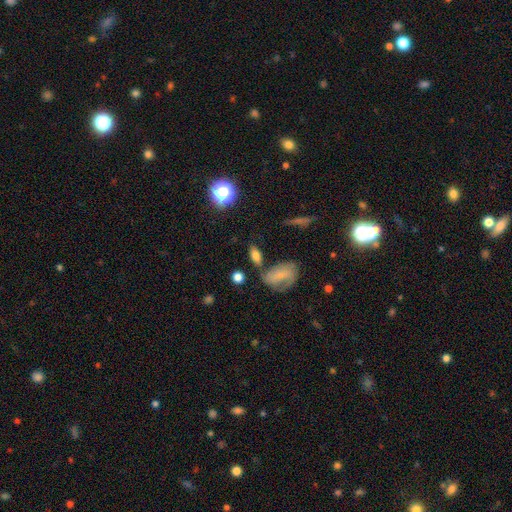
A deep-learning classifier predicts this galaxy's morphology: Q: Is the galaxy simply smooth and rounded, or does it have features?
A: smooth — 71%.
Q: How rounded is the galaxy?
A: in between — 77%.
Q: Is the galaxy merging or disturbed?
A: none — 65%.